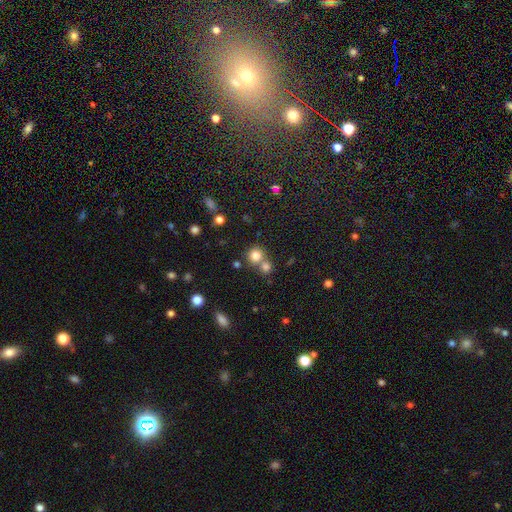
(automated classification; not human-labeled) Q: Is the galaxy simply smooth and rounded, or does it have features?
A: smooth — 80%.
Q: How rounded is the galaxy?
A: round — 90%.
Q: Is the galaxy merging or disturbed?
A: none — 57%.